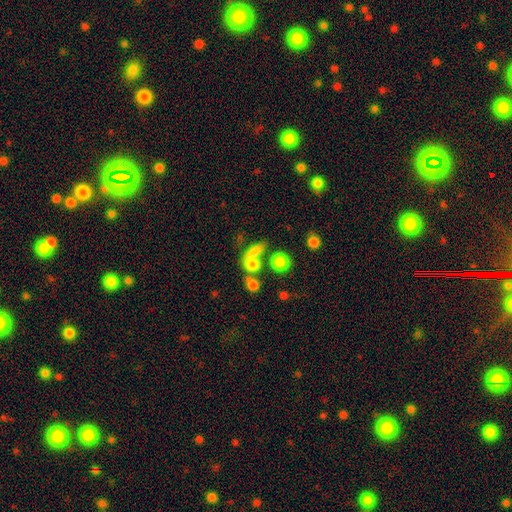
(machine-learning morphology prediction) The model was most divided on "merging": none: 44%, merger: 36%, minor disturbance: 11%, major disturbance: 9%. More confident: smooth or featured — smooth (75%); how rounded — round (56%).